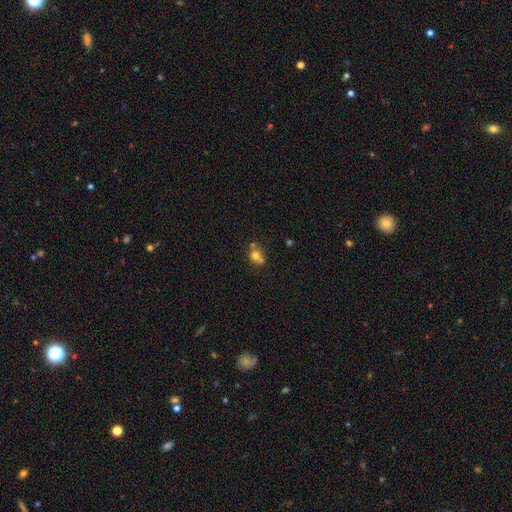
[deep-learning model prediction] smooth-or-featured: smooth: 69% | featured or disk: 16% | star or artifact: 14%
  how-rounded: round: 67% | in between: 31% | cigar-shaped: 1%
  merging: none: 48% | merger: 34% | minor disturbance: 13% | major disturbance: 5%